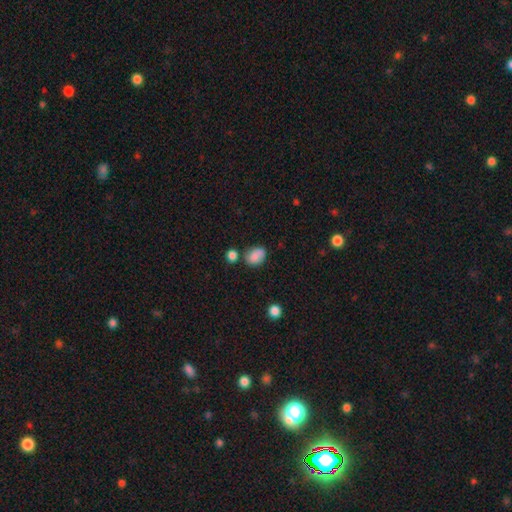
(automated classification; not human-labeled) Smooth or featured: smooth — 84% (star or artifact — 10%)
How rounded: in between — 73% (round — 26%)
Merging: none — 63% (minor disturbance — 20%)